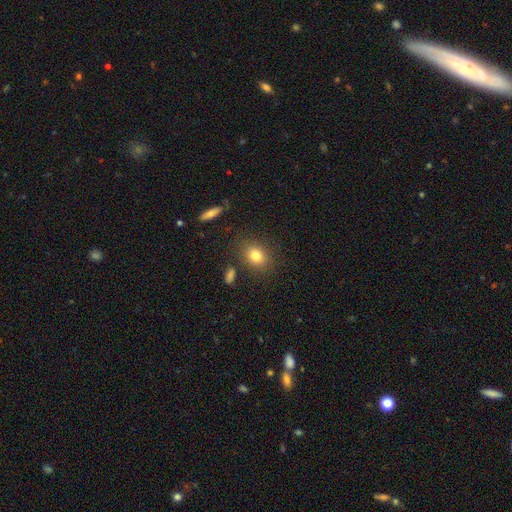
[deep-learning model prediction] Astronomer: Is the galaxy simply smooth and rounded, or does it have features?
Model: smooth — 80%.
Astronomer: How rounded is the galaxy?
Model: in between — 55% (runner-up: round, 44%).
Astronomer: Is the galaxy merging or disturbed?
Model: none — 81%.